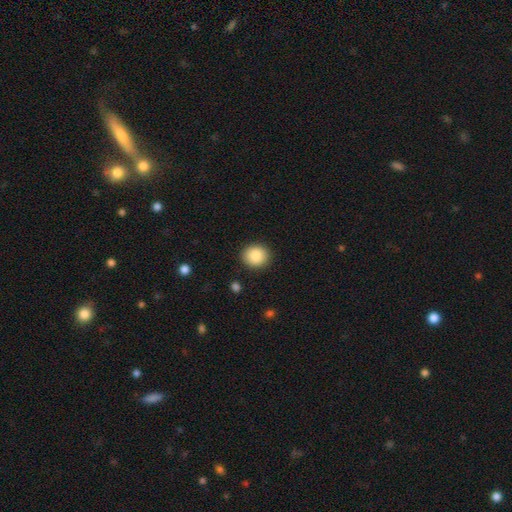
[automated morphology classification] smooth 88%, star or artifact 8%, featured or disk 4%. Down the decision tree: how rounded — round (82%); merging — none (90%).